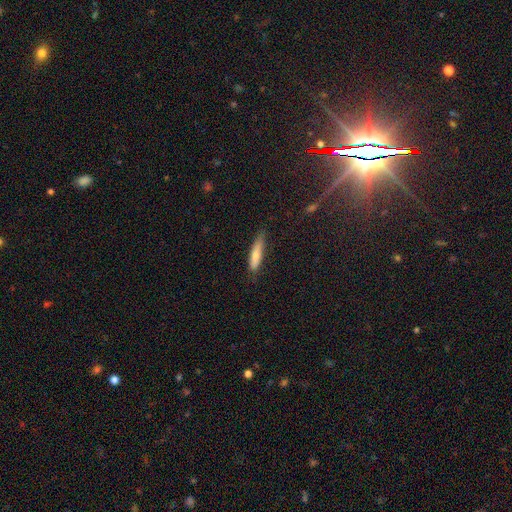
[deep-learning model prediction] Smooth or featured? smooth (74%)
How rounded? cigar-shaped (80%)
Merging? none (72%)